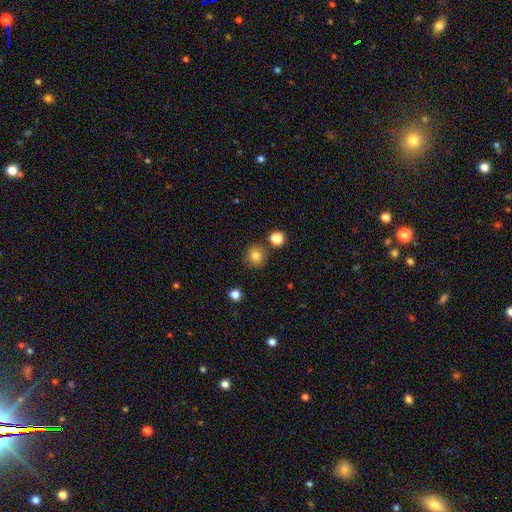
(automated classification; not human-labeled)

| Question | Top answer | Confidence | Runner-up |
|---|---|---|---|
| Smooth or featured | smooth | 82% | star or artifact (11%) |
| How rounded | round | 90% | in between (9%) |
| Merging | none | 83% | minor disturbance (9%) |